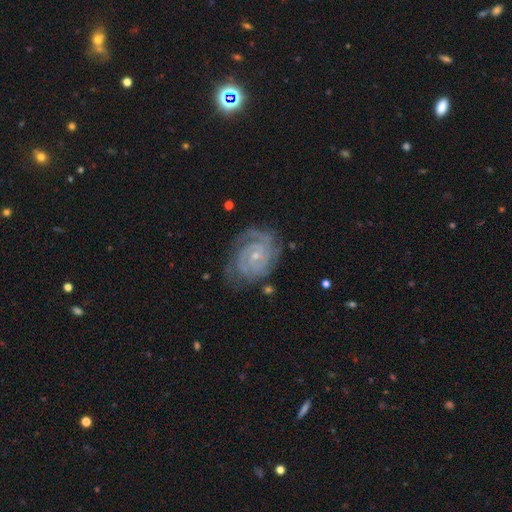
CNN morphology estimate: featured or disk 88%, star or artifact 7%, smooth 5%. Down the decision tree: edge-on disk — no (97%); bar — no (64%); spiral arms — yes (98%); spiral arm count — 2 (44%); spiral winding — tight (74%); bulge size — small (76%); merging — none (72%).